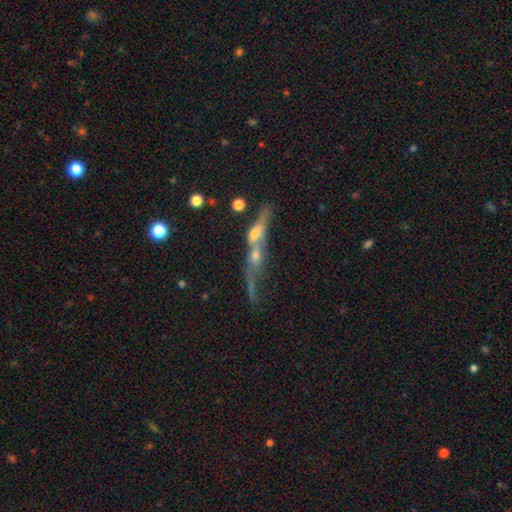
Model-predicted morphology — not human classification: Smooth or featured? Predicted: featured or disk (p=0.54). Edge-on disk? Predicted: yes (p=0.52). Merging? Predicted: merger (p=0.69).